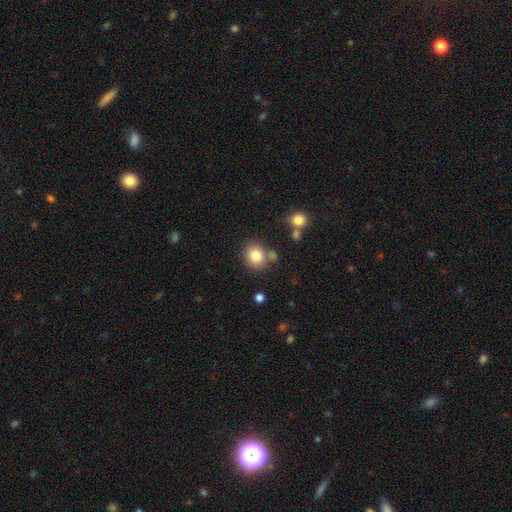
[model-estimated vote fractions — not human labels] Q: Smooth or featured?
A: smooth (82%); runner-up: star or artifact (11%)
Q: How rounded?
A: round (74%); runner-up: in between (25%)
Q: Merging?
A: none (72%); runner-up: merger (12%)